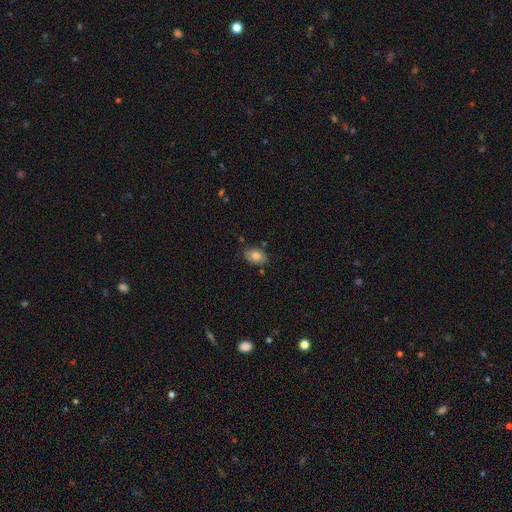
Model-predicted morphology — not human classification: Overall: smooth (81%). How rounded: in between (85%). Merging: none (80%).